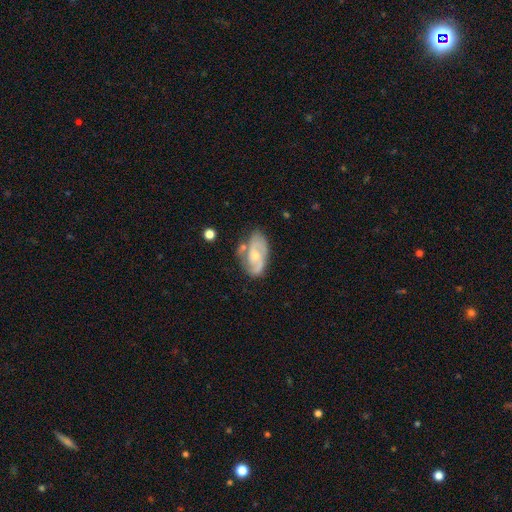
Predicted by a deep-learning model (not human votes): This is likely a featured or disk galaxy (71%). It is clearly not viewed edge-on (95%). Bar: likely no (61%). Spiral arm pattern: clearly yes (88%). Spiral arm count: likely 2 (67%). Spiral winding: possibly medium (46%). Central bulge: possibly small (52%). Merging: possibly none (57%).